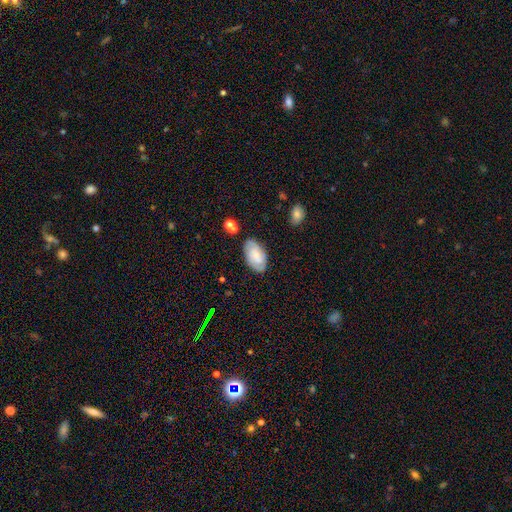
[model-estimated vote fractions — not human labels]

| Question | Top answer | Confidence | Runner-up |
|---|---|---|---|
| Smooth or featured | featured or disk | 53% | smooth (39%) |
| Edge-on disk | no | 95% | yes (5%) |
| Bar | no | 54% | weak (38%) |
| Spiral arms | yes | 88% | no (12%) |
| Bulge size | small | 50% | moderate (24%) |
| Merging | none | 79% | minor disturbance (15%) |